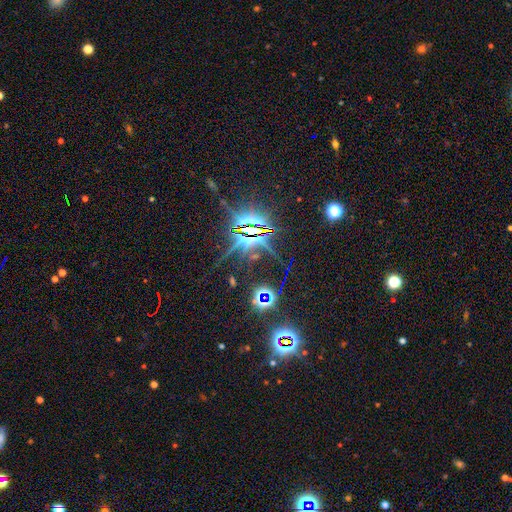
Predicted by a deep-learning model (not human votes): Morphology: type=star or artifact (85%).